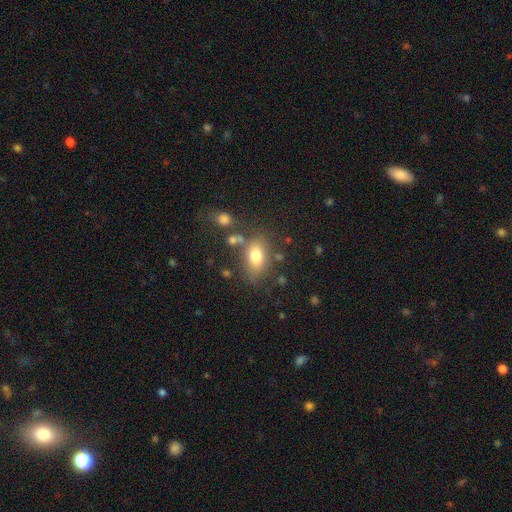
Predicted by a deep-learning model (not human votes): Smooth or featured?
  - smooth: 76% *
  - featured or disk: 14%
  - star or artifact: 10%
How rounded?
  - in between: 82% *
  - round: 15%
  - cigar-shaped: 3%
Merging?
  - none: 67% *
  - minor disturbance: 16%
  - merger: 9%
  - major disturbance: 7%